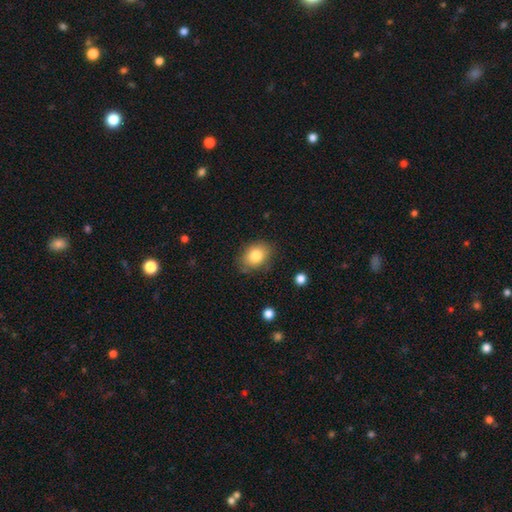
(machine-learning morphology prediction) Q: Smooth or featured?
A: smooth (81%); runner-up: featured or disk (11%)
Q: How rounded?
A: in between (72%); runner-up: round (27%)
Q: Merging?
A: none (78%); runner-up: minor disturbance (17%)